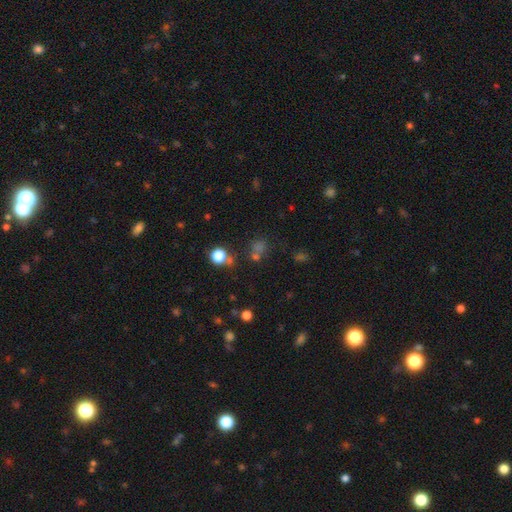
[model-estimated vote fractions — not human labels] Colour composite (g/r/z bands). It shows a star or artifact, not a galaxy (48%).